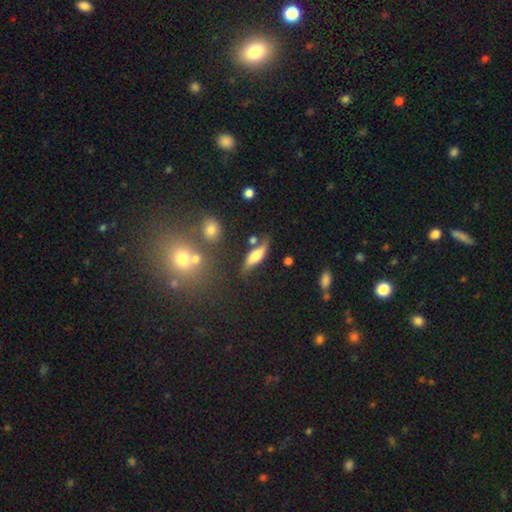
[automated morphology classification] A smooth galaxy with no disk features (54%) that is in between round and cigar-shaped (55%). Merging: none (60%).